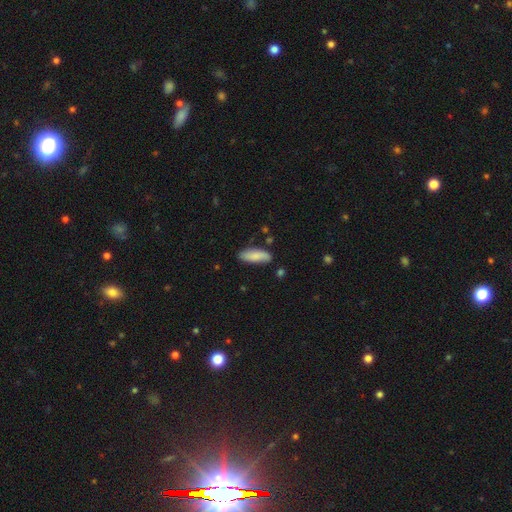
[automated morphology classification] Q: Smooth or featured?
A: smooth (82%); runner-up: featured or disk (12%)
Q: How rounded?
A: in between (63%); runner-up: cigar-shaped (35%)
Q: Merging?
A: none (78%); runner-up: minor disturbance (16%)